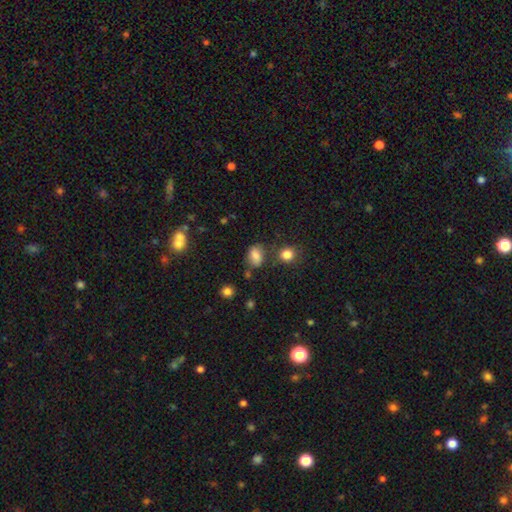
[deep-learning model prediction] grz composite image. It shows a smooth galaxy with no disk features (80%) that is in between round and cigar-shaped (76%). Merging: none (64%).